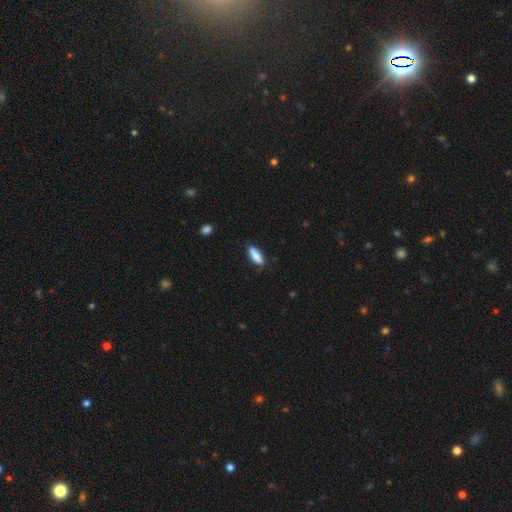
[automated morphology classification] smooth 86%, featured or disk 8%, star or artifact 6%. Down the decision tree: how rounded — in between (51%); merging — none (83%).